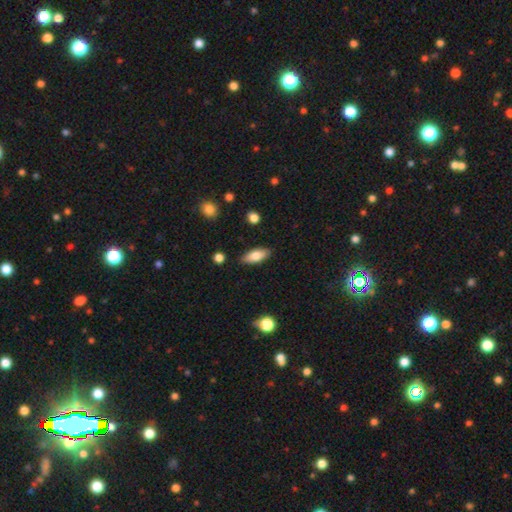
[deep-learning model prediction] The model was most divided on "how rounded": in between: 80%, cigar-shaped: 17%, round: 2%. More confident: merging — none (86%); smooth or featured — smooth (79%).